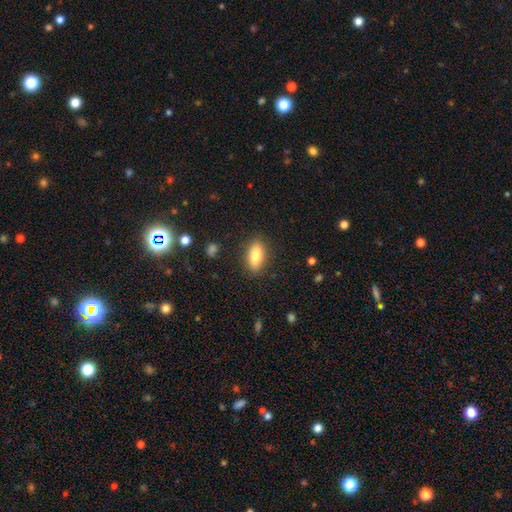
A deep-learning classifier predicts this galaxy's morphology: smooth 79%, featured or disk 14%, star or artifact 7%. Down the decision tree: how rounded — in between (78%); merging — none (87%).